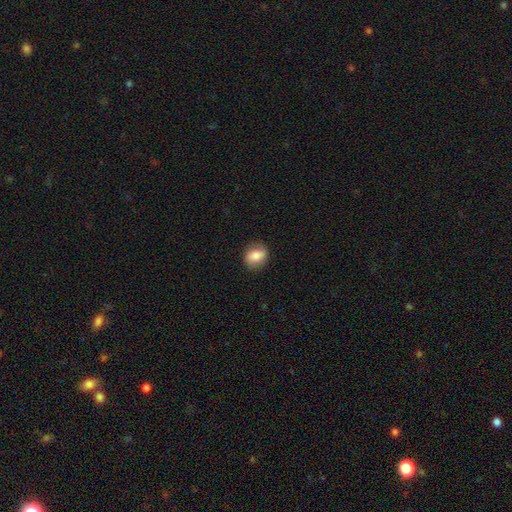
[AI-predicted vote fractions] Morphology: type=smooth (75%); roundness=in between (52%); merging=none (83%).